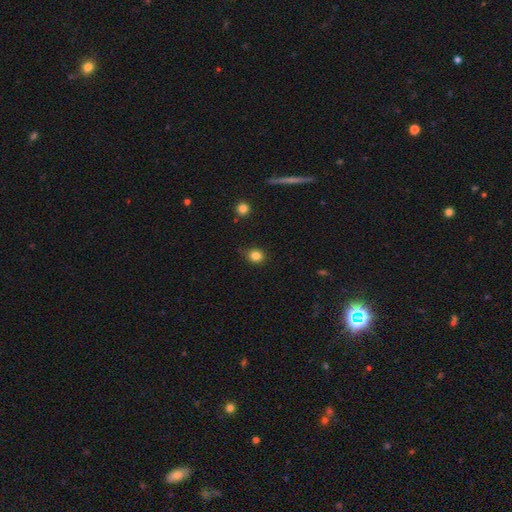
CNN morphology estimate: Smooth or featured? Predicted: smooth (p=0.84). How rounded? Predicted: round (p=0.72). Merging? Predicted: none (p=0.77).